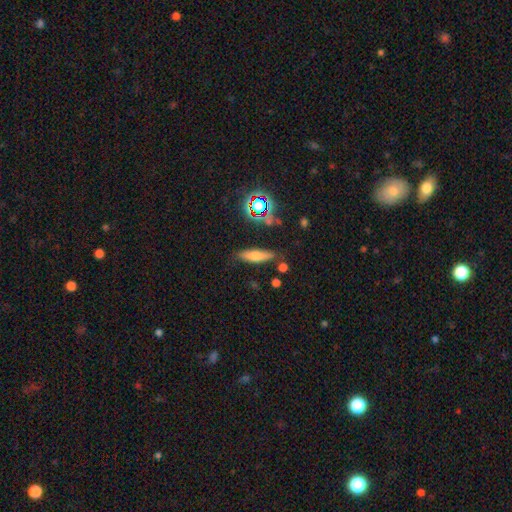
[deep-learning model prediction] A smooth galaxy with no disk features (62%) that is cigar-shaped (66%). Merging: none (79%).